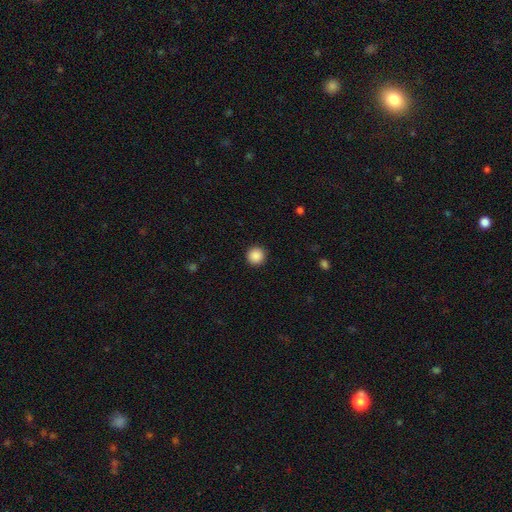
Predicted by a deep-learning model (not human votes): smooth-or-featured: smooth: 88% | star or artifact: 9% | featured or disk: 3%
  how-rounded: round: 95% | in between: 4% | cigar-shaped: 1%
  merging: none: 93% | minor disturbance: 5% | major disturbance: 2% | merger: 1%